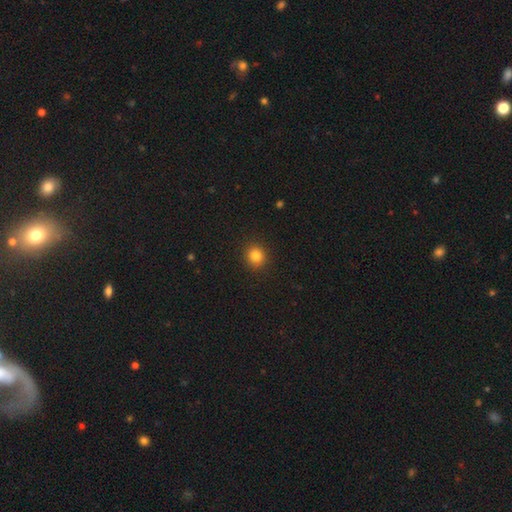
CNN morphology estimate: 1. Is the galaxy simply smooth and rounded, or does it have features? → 83% smooth, 12% star or artifact, 5% featured or disk.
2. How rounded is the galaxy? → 89% round, 10% in between, 1% cigar-shaped.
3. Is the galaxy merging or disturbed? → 92% none, 5% minor disturbance, 2% major disturbance, 1% merger.